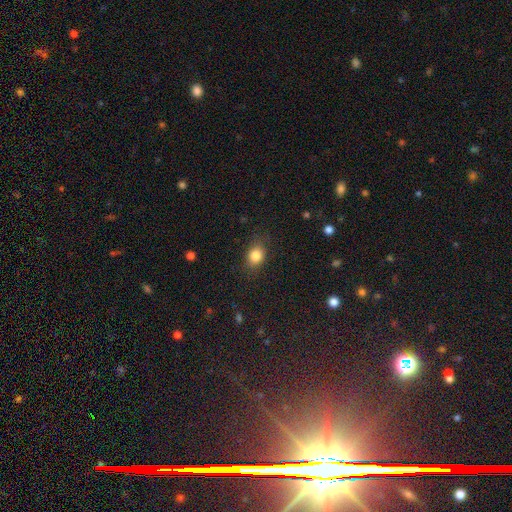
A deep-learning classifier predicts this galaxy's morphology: Q: Smooth or featured?
A: smooth (84%); runner-up: star or artifact (10%)
Q: How rounded?
A: in between (55%); runner-up: round (44%)
Q: Merging?
A: none (82%); runner-up: minor disturbance (13%)